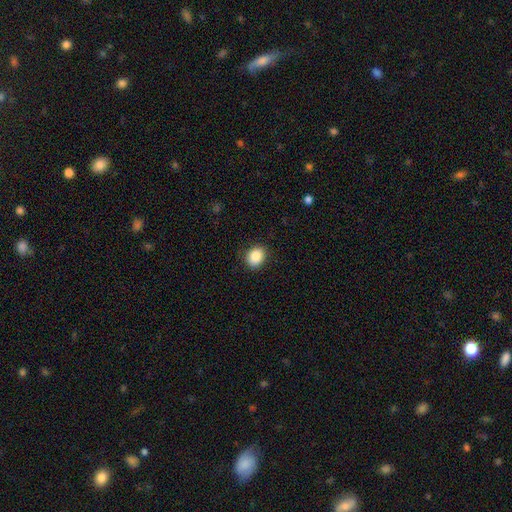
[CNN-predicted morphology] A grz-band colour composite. It shows a smooth galaxy with no disk features (88%) that is round (52%). Merging: none (86%).